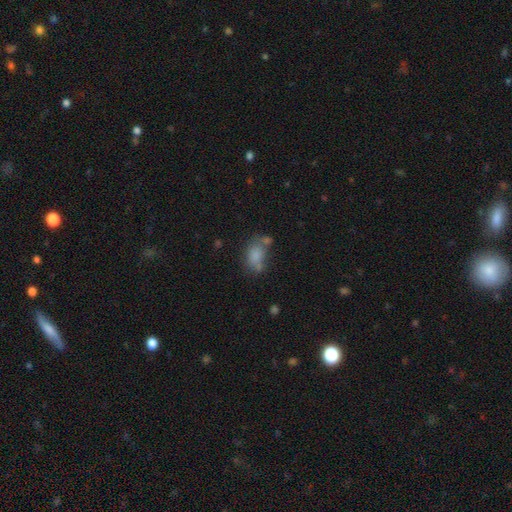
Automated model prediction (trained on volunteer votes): The model was most divided on "merging": none: 37%, merger: 28%, minor disturbance: 21%, major disturbance: 14%. More confident: how rounded — in between (79%); smooth or featured — smooth (74%).